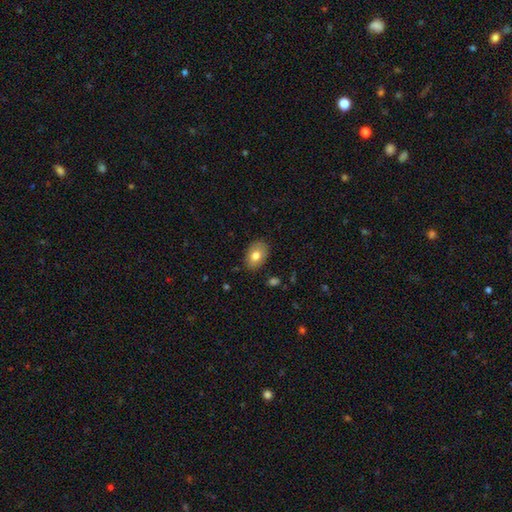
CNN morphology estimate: Smooth or featured?
  - smooth: 76% *
  - featured or disk: 17%
  - star or artifact: 7%
How rounded?
  - in between: 82% *
  - round: 17%
  - cigar-shaped: 1%
Merging?
  - none: 84% *
  - minor disturbance: 12%
  - major disturbance: 3%
  - merger: 1%